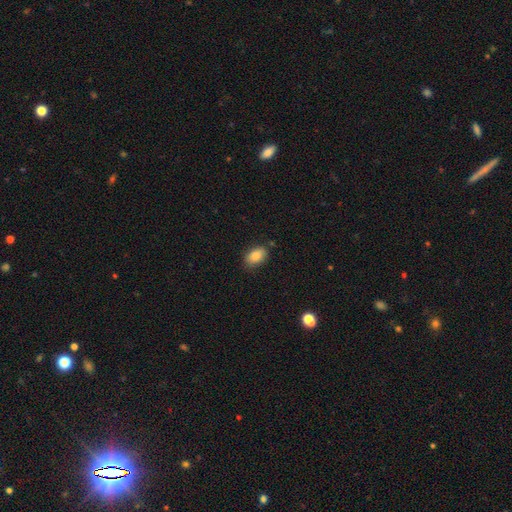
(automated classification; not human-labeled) Morphology: type=smooth (86%); roundness=in between (89%); merging=none (79%).